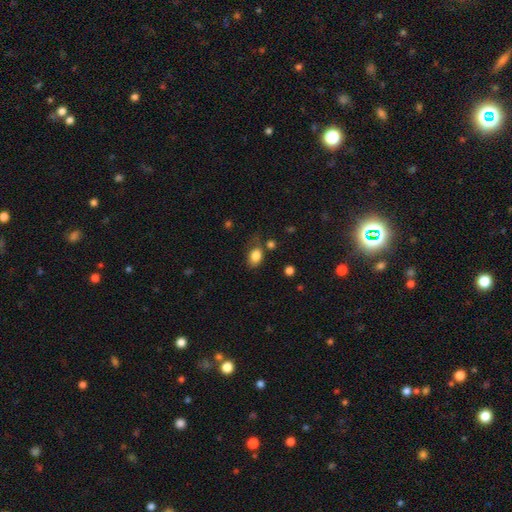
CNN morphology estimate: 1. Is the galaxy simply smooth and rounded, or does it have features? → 84% smooth, 9% star or artifact, 7% featured or disk.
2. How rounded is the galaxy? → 73% in between, 25% round, 1% cigar-shaped.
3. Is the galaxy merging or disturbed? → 57% none, 25% minor disturbance, 11% major disturbance, 7% merger.